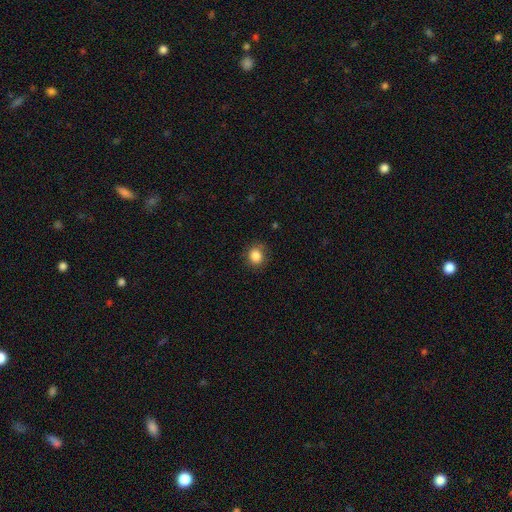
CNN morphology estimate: Smooth or featured?
  - smooth: 86% *
  - star or artifact: 10%
  - featured or disk: 4%
How rounded?
  - round: 81% *
  - in between: 18%
  - cigar-shaped: 1%
Merging?
  - none: 82% *
  - minor disturbance: 13%
  - major disturbance: 4%
  - merger: 1%